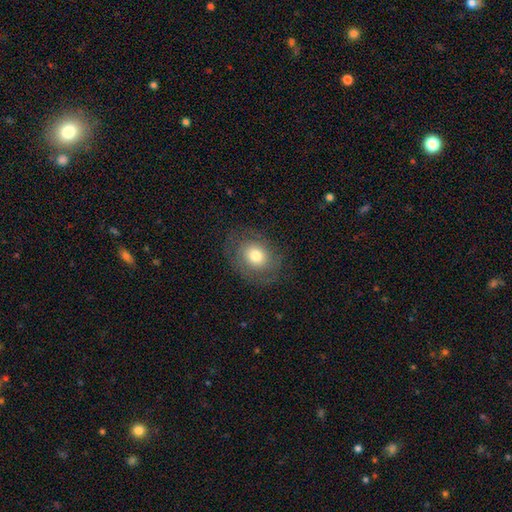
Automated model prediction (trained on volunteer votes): smooth_or_featured: smooth (p=0.62) [alt: featured or disk p=0.29]
how_rounded: round (p=0.50) [alt: in between p=0.49]
merging: none (p=0.76) [alt: minor disturbance p=0.15]